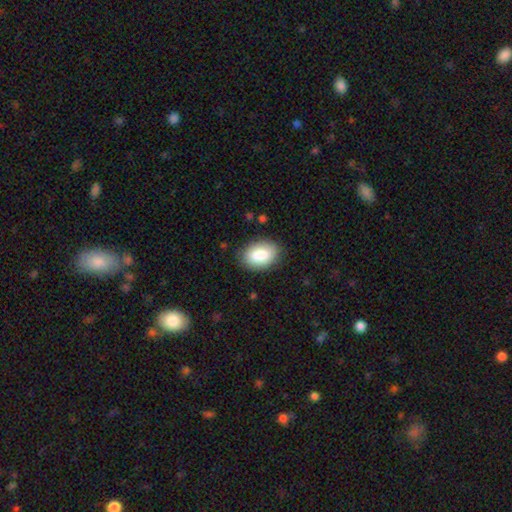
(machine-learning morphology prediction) A smooth galaxy with no disk features (87%) that is in between round and cigar-shaped (87%).

Vote fractions:
- Smooth or featured? smooth: 87% / featured or disk: 7% / star or artifact: 6%
- How rounded? in between: 87% / round: 12% / cigar-shaped: 1%
- Merging? none: 84% / minor disturbance: 11% / major disturbance: 3% / merger: 1%